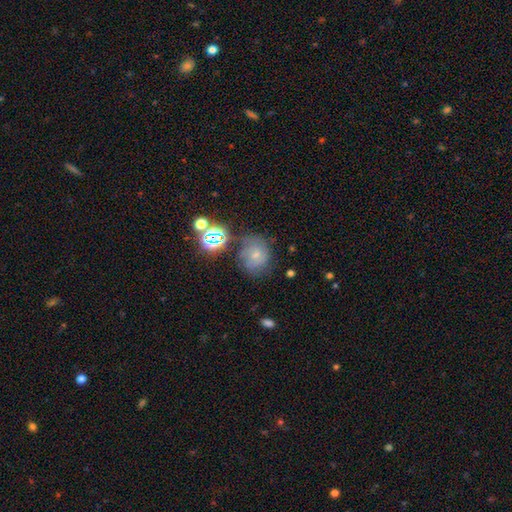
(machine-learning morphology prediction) smooth 54%, featured or disk 26%, star or artifact 20%. Down the decision tree: how rounded — round (74%); merging — none (56%).